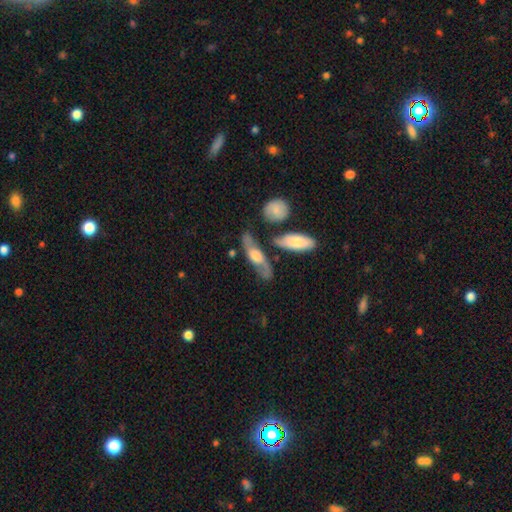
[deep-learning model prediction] A featured or disk galaxy (65%).

Vote fractions:
- Smooth or featured? featured or disk: 65% / smooth: 29% / star or artifact: 6%
- Edge-on disk? no: 58% / yes: 42%
- Merging? none: 63% / minor disturbance: 18% / merger: 10% / major disturbance: 9%